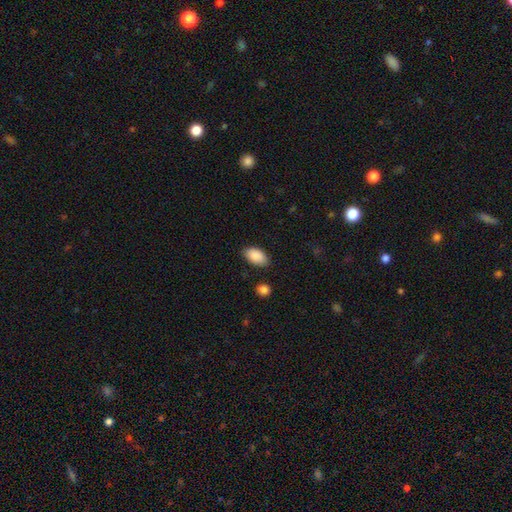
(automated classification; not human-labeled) smooth-or-featured: smooth: 90% | star or artifact: 7% | featured or disk: 4%
  how-rounded: in between: 94% | round: 4% | cigar-shaped: 2%
  merging: none: 83% | minor disturbance: 12% | major disturbance: 3% | merger: 2%